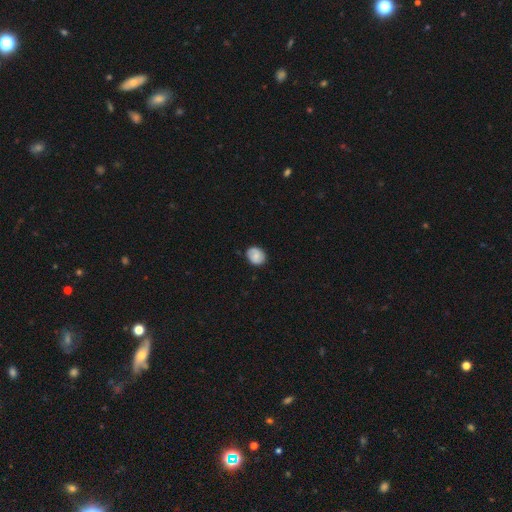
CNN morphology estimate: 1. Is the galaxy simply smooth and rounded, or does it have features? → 72% smooth, 20% featured or disk, 8% star or artifact.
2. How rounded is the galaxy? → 54% round, 45% in between, 1% cigar-shaped.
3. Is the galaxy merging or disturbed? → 79% none, 17% minor disturbance, 3% major disturbance, 1% merger.